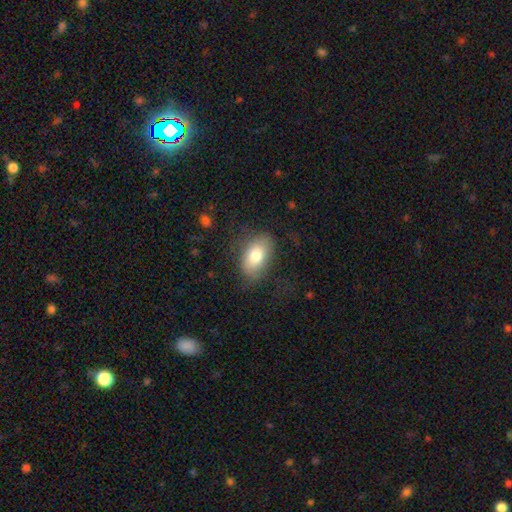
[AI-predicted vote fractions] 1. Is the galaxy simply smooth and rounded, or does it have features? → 77% smooth, 15% featured or disk, 8% star or artifact.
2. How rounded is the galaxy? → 90% in between, 9% round, 2% cigar-shaped.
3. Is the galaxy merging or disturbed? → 72% none, 18% minor disturbance, 9% major disturbance, 1% merger.